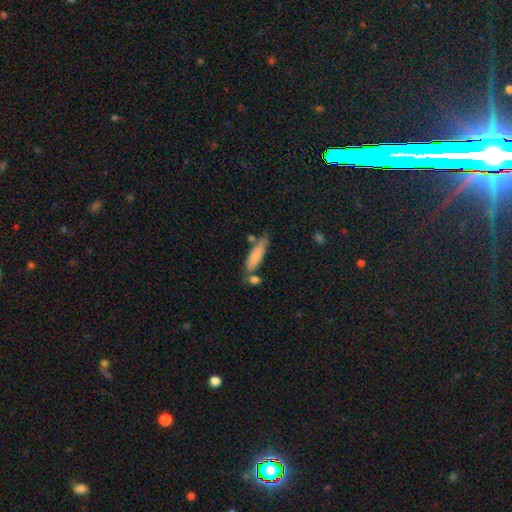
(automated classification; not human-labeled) smooth-or-featured: smooth: 79% | featured or disk: 15% | star or artifact: 6%
  how-rounded: cigar-shaped: 66% | in between: 32% | round: 2%
  merging: none: 60% | minor disturbance: 20% | merger: 14% | major disturbance: 5%